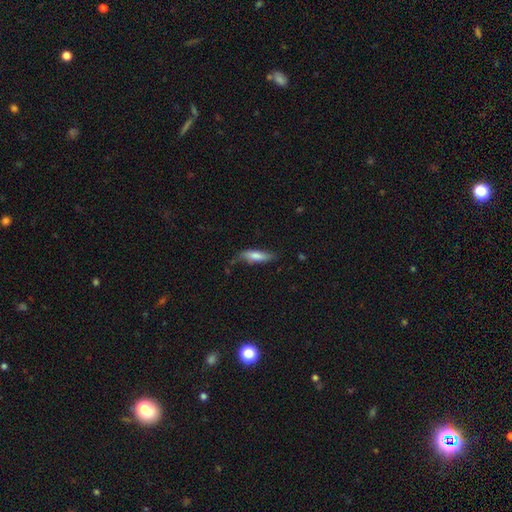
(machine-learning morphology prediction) A smooth galaxy with no disk features (69%) that is cigar-shaped (52%).

Vote fractions:
- Smooth or featured? smooth: 69% / featured or disk: 24% / star or artifact: 7%
- How rounded? cigar-shaped: 52% / in between: 46% / round: 2%
- Merging? none: 59% / minor disturbance: 29% / major disturbance: 9% / merger: 3%